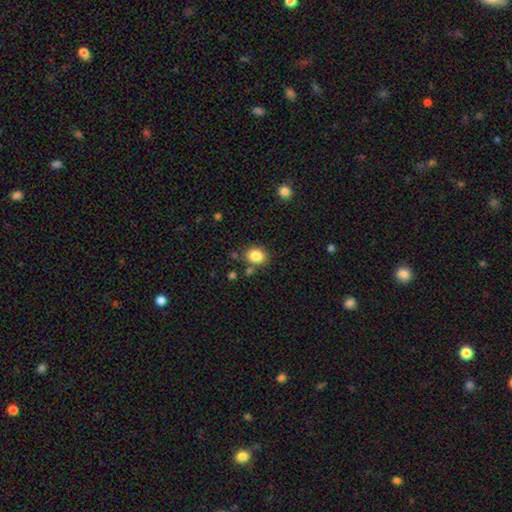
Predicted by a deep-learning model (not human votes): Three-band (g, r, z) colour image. It shows a smooth galaxy with no disk features (84%) that is round (55%). Merging: none (78%).